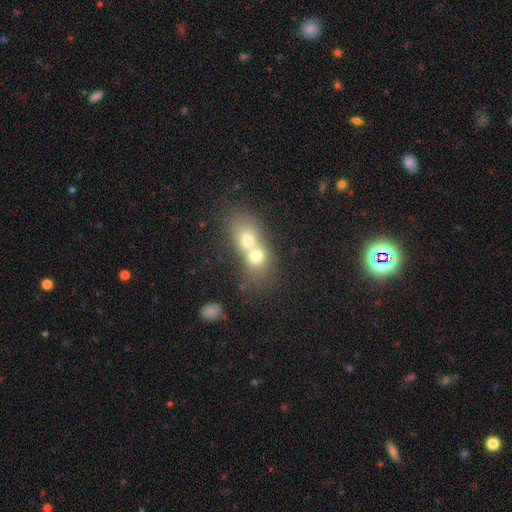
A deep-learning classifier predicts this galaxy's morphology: A smooth galaxy with no disk features (65%) that is round (51%).

Vote fractions:
- Smooth or featured? smooth: 65% / featured or disk: 24% / star or artifact: 11%
- How rounded? round: 51% / in between: 47% / cigar-shaped: 2%
- Merging? merger: 77% / none: 16% / minor disturbance: 4% / major disturbance: 3%